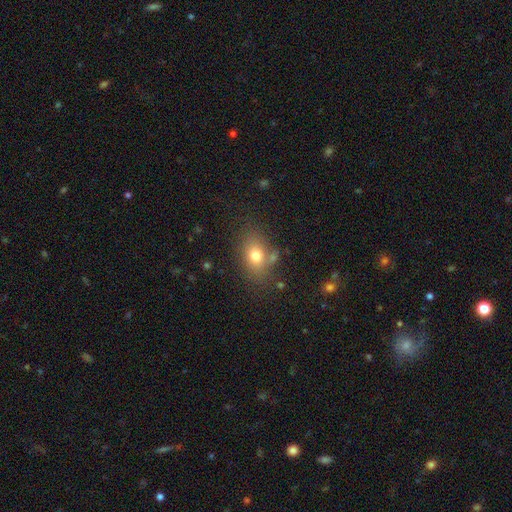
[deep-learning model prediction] This appears to be a smooth galaxy with no disk features (74%) that is in between round and cigar-shaped (68%). Merging: none (71%).